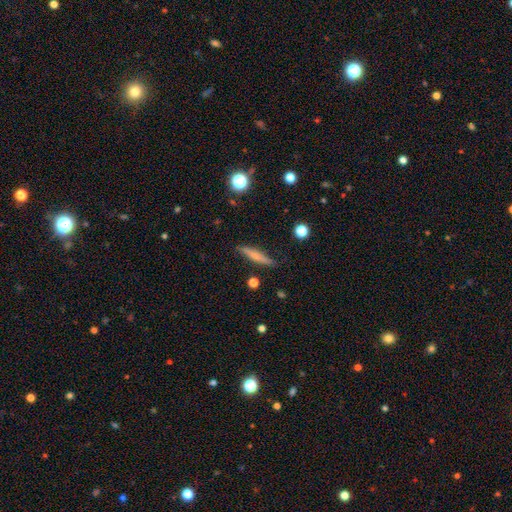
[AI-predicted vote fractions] Smooth or featured?
  - smooth: 57% *
  - featured or disk: 35%
  - star or artifact: 8%
How rounded?
  - cigar-shaped: 88% *
  - in between: 10%
  - round: 3%
Merging?
  - none: 85% *
  - minor disturbance: 11%
  - major disturbance: 2%
  - merger: 2%